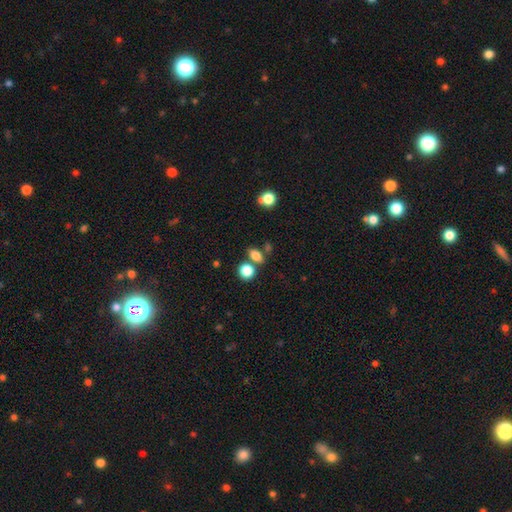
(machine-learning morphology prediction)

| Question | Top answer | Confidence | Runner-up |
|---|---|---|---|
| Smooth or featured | smooth | 78% | star or artifact (12%) |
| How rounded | in between | 64% | round (29%) |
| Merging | none | 66% | merger (19%) |